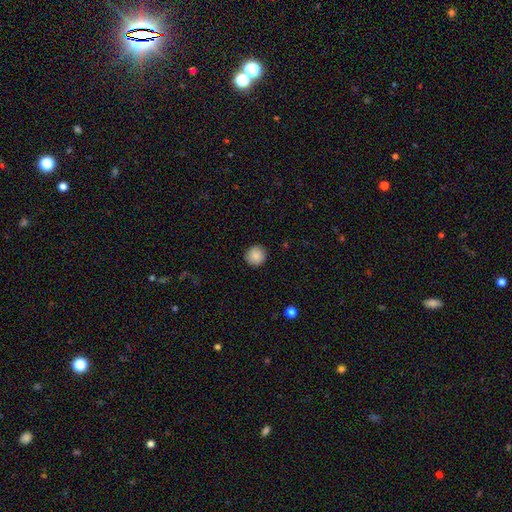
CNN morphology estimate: smooth-or-featured: smooth: 88% | star or artifact: 8% | featured or disk: 4%
  how-rounded: round: 94% | in between: 5% | cigar-shaped: 1%
  merging: none: 92% | minor disturbance: 6% | major disturbance: 2% | merger: 1%